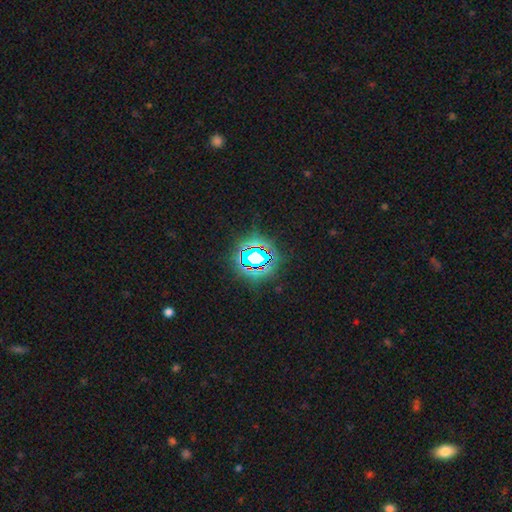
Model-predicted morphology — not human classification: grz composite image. It shows a star or artifact, not a galaxy (73%).